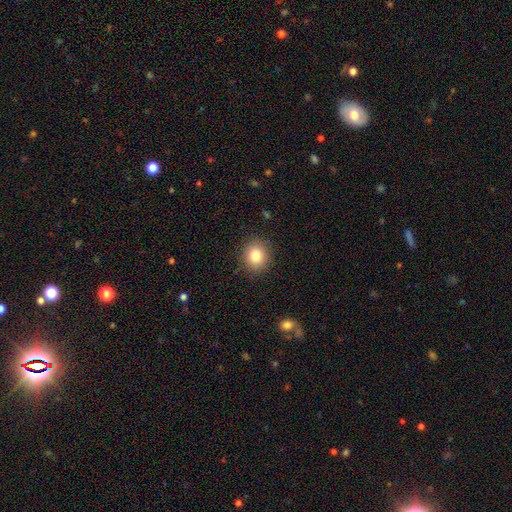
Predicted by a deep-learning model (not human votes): smooth 83%, star or artifact 10%, featured or disk 7%. Down the decision tree: how rounded — round (76%); merging — none (88%).